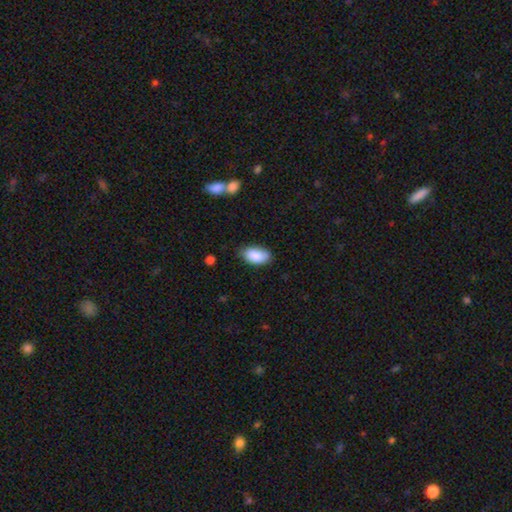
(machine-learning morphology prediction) The model was most divided on "merging": none: 76%, minor disturbance: 19%, major disturbance: 3%, merger: 2%. More confident: how rounded — in between (94%); smooth or featured — smooth (87%).